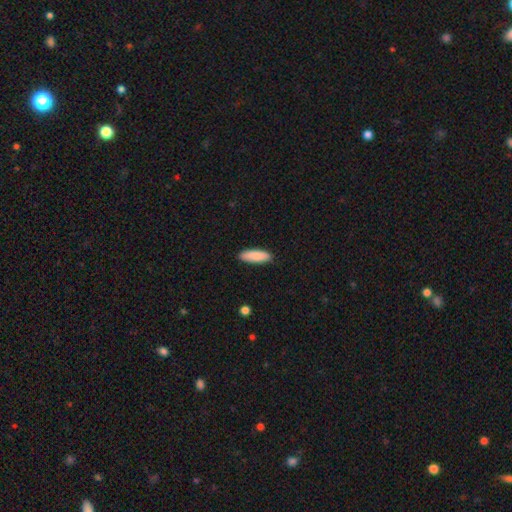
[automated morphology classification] A smooth galaxy with no disk features (89%) that is in between round and cigar-shaped (53%). Merging: none (89%).